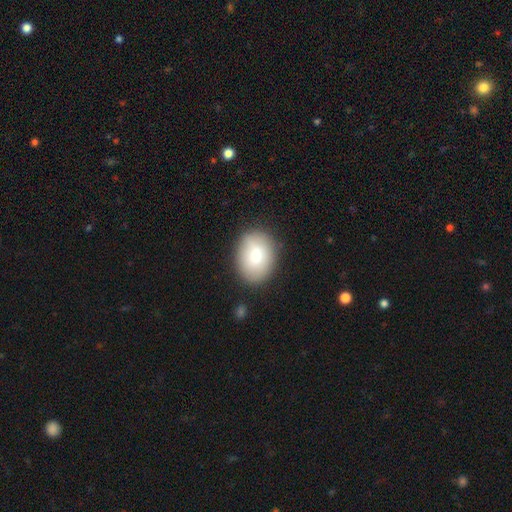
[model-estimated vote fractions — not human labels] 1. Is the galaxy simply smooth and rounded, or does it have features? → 81% smooth, 12% featured or disk, 7% star or artifact.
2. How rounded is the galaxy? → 69% in between, 30% round, 1% cigar-shaped.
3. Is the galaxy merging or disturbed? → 80% none, 14% minor disturbance, 4% major disturbance, 2% merger.